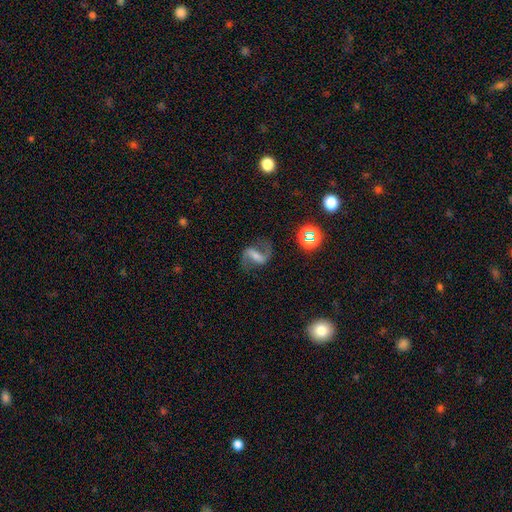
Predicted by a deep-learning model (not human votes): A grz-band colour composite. It shows a featured or disk galaxy (80%) with a strong bar (57%), 2 (93%) loose (51%) spiral arms (94%) and a small central bulge (35%). Merging: none (80%).